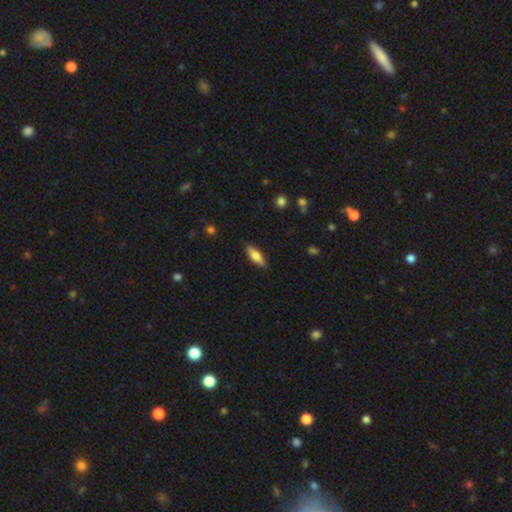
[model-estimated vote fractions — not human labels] Q: Smooth or featured?
A: smooth (64%); runner-up: featured or disk (29%)
Q: How rounded?
A: cigar-shaped (55%); runner-up: in between (43%)
Q: Merging?
A: none (88%); runner-up: minor disturbance (9%)